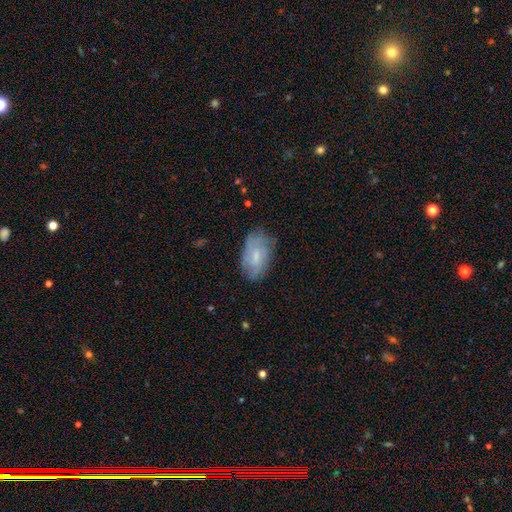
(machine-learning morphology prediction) Q: Smooth or featured?
A: smooth (51%); runner-up: featured or disk (42%)
Q: How rounded?
A: in between (92%); runner-up: round (5%)
Q: Merging?
A: none (68%); runner-up: minor disturbance (24%)